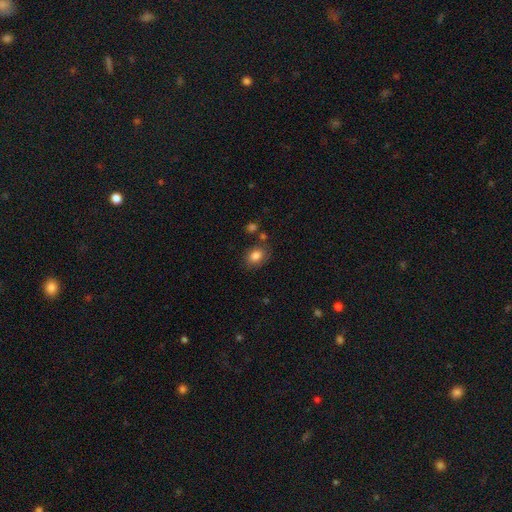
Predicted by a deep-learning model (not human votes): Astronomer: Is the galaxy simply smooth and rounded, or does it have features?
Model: smooth — 84%.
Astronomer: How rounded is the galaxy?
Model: in between — 68%.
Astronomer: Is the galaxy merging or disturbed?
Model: none — 74%.